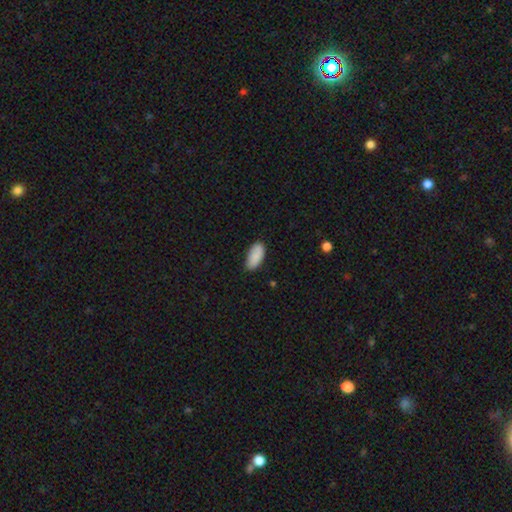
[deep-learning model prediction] Morphology: type=smooth (88%); roundness=in between (92%); merging=none (80%).